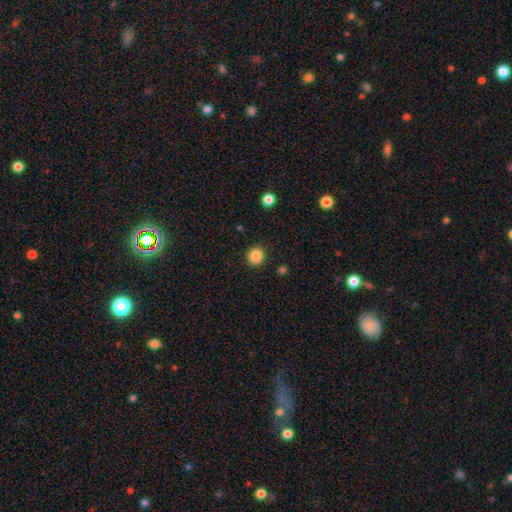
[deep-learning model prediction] The model was most divided on "how rounded": round: 83%, in between: 16%, cigar-shaped: 1%. More confident: merging — none (88%); smooth or featured — smooth (87%).